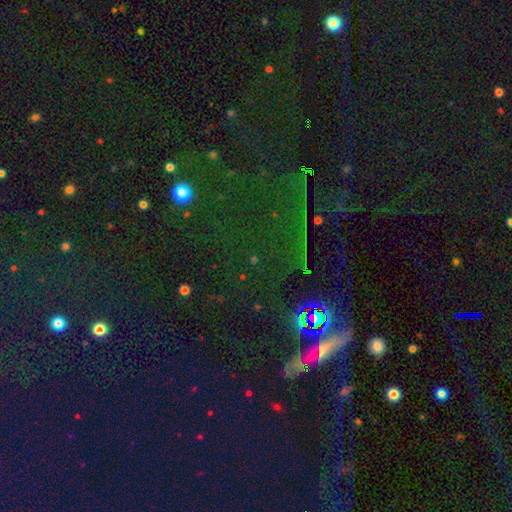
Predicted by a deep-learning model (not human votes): Smooth or featured? star or artifact (64%)